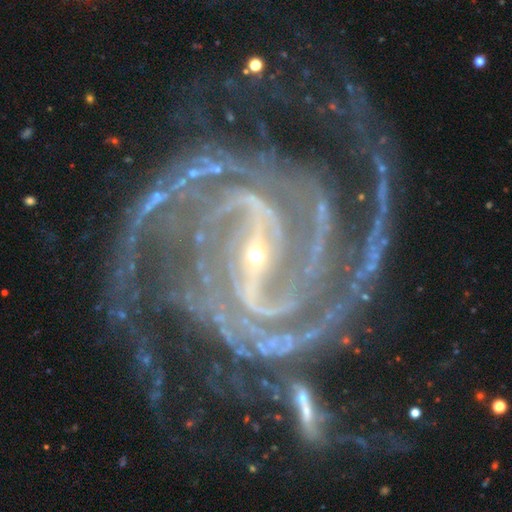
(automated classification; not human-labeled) featured or disk 94%, star or artifact 4%, smooth 2%. Down the decision tree: edge-on disk — no (98%); bar — strong (69%); spiral arms — yes (99%); spiral arm count — 2 (46%); spiral winding — tight (59%); bulge size — small (83%); merging — none (67%).